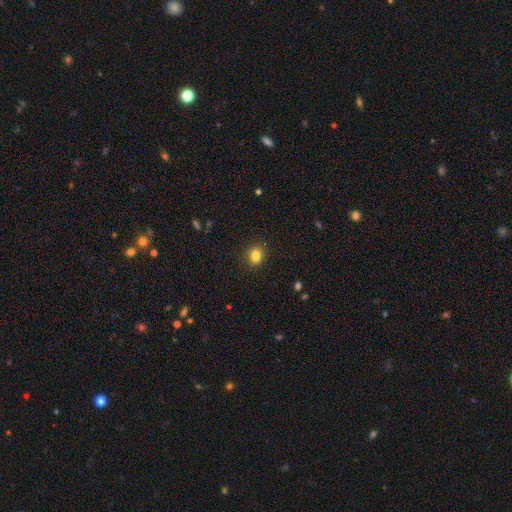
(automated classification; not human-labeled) Overall: smooth (82%). How rounded: round (55%; in between 44%). Merging: none (80%).